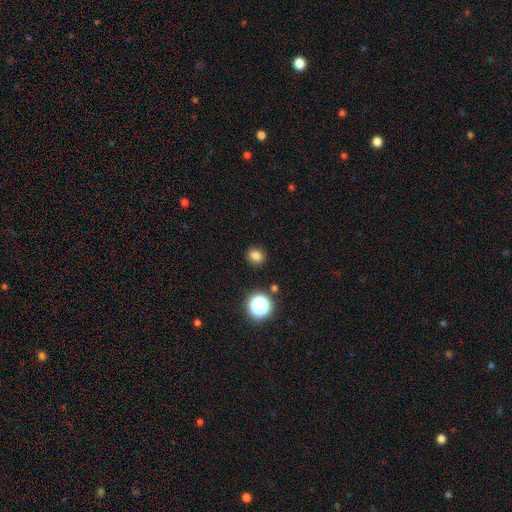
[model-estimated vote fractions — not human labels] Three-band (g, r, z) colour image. It shows a smooth galaxy with no disk features (80%) that is round (71%). Merging: none (88%).